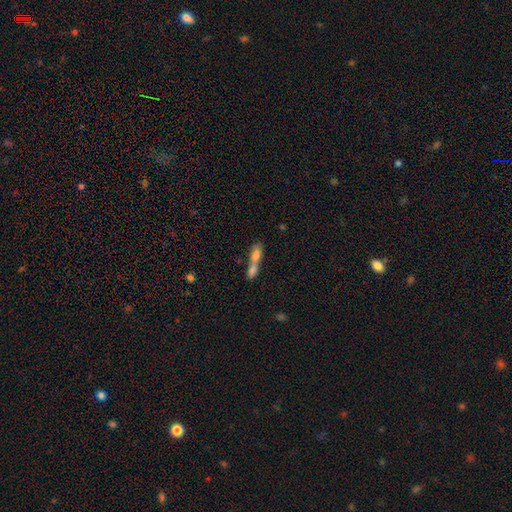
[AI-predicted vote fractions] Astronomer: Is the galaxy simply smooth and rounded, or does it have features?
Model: smooth — 67%.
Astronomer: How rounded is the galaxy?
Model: in between — 51% (runner-up: cigar-shaped, 42%).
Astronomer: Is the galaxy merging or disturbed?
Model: merger — 73%.